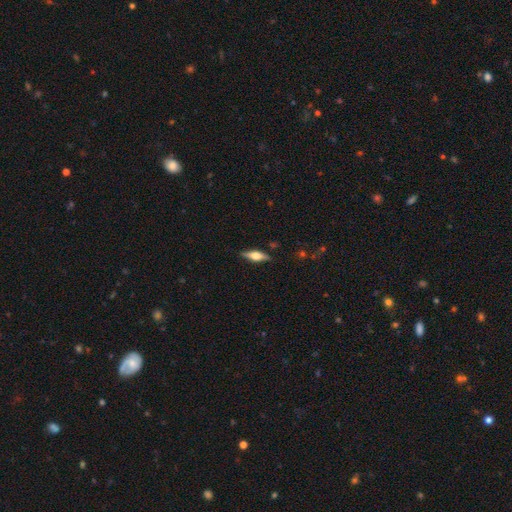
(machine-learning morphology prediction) smooth_or_featured: featured or disk (p=0.54) [alt: smooth p=0.40]
disk_edge_on: yes (p=0.94) [alt: no p=0.06]
edge_on_bulge: rounded (p=0.88) [alt: boxy p=0.10]
merging: none (p=0.85) [alt: minor disturbance p=0.11]